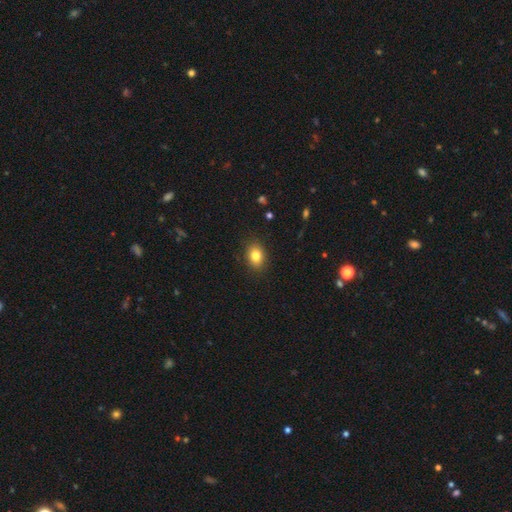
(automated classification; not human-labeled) A smooth galaxy with no disk features (82%) that is in between round and cigar-shaped (66%). Merging: none (88%).